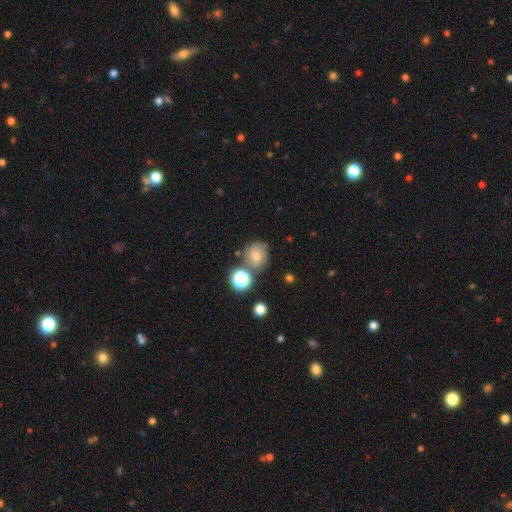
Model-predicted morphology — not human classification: The model was most divided on "smooth or featured": smooth: 44%, featured or disk: 29%, star or artifact: 27%. More confident: merging — none (70%).